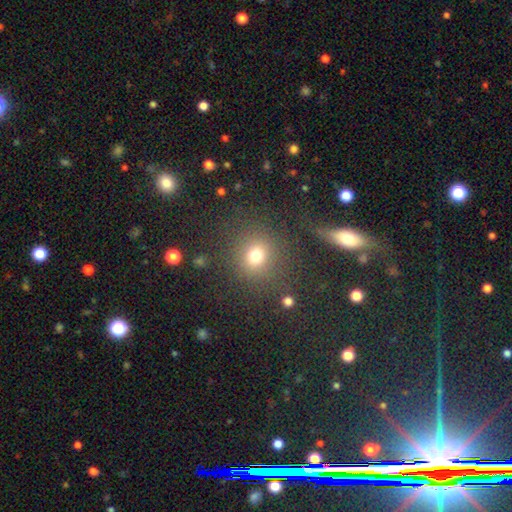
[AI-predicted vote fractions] The model was most divided on "smooth or featured": smooth: 73%, star or artifact: 19%, featured or disk: 8%. More confident: how rounded — round (87%); merging — none (81%).